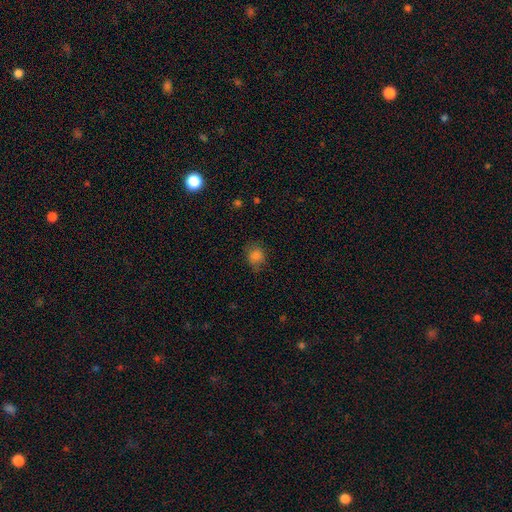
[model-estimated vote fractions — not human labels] This appears to be a smooth galaxy with no disk features (83%) that is round (72%). Merging: none (74%).